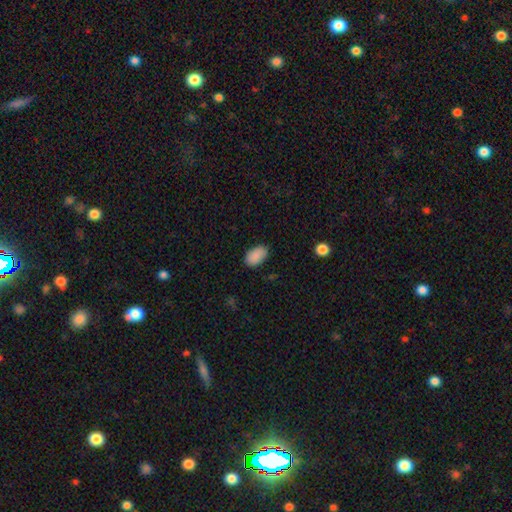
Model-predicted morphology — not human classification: type=smooth (90%); roundness=in between (93%); merging=none (83%).